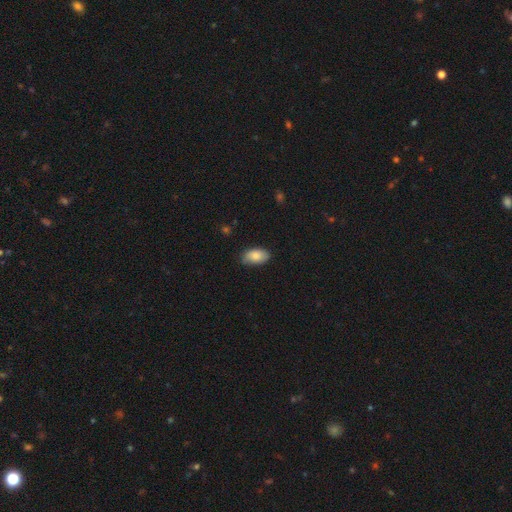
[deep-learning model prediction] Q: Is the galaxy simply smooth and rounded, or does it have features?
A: smooth — 84%.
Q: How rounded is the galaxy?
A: in between — 94%.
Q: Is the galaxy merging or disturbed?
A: none — 78%.